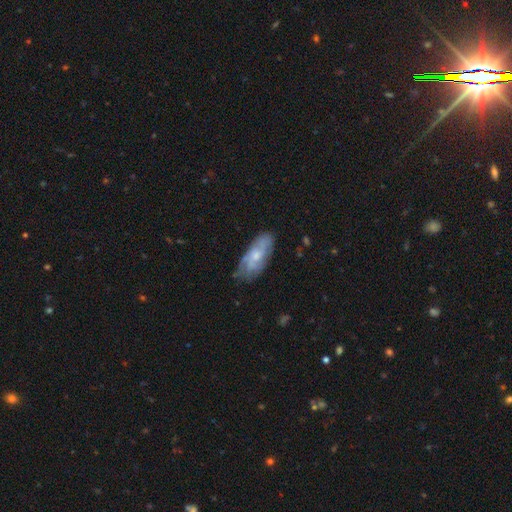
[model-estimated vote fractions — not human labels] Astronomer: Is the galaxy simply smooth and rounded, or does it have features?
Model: featured or disk — 52% (runner-up: smooth, 41%).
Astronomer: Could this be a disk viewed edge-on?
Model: no — 87%.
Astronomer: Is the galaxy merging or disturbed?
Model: none — 64%.